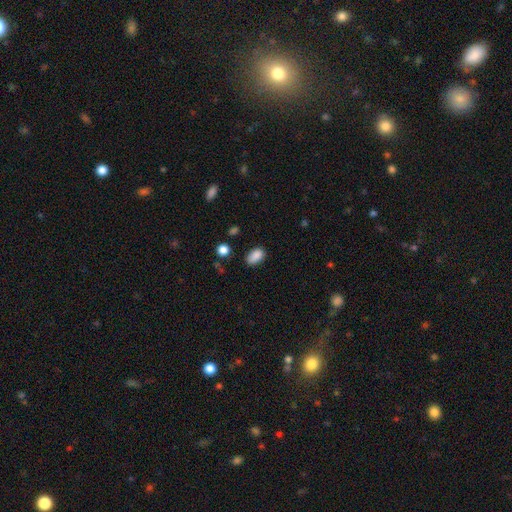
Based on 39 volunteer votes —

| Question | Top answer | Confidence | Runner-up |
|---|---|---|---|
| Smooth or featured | smooth | 97% | star or artifact (3%) |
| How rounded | in between | 89% | round (8%) |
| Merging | none | 74% | minor disturbance (18%) |